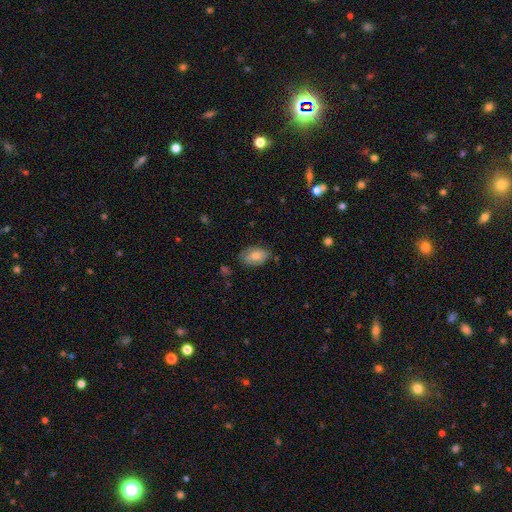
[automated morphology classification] A smooth galaxy with no disk features (63%) that is in between round and cigar-shaped (88%).

Vote fractions:
- Smooth or featured? smooth: 63% / featured or disk: 29% / star or artifact: 8%
- How rounded? in between: 88% / round: 10% / cigar-shaped: 2%
- Merging? none: 69% / minor disturbance: 24% / major disturbance: 5% / merger: 2%